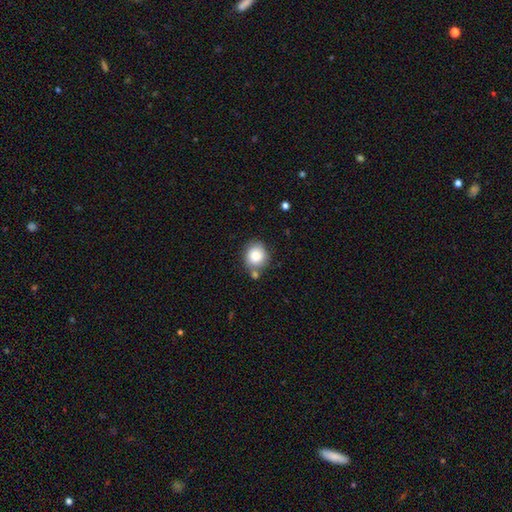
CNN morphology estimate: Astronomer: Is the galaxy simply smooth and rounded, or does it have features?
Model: smooth — 81%.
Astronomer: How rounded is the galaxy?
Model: round — 77%.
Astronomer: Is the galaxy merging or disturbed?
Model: none — 69%.